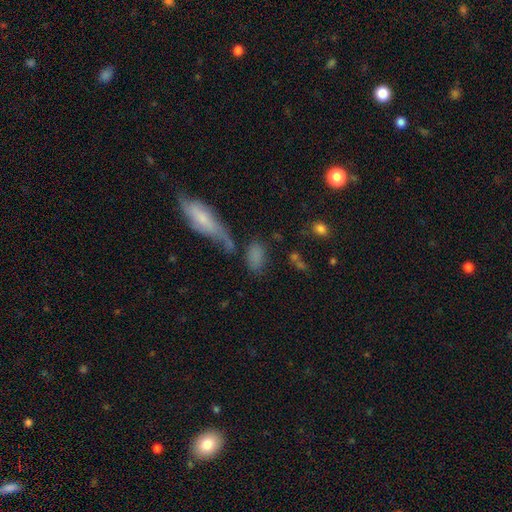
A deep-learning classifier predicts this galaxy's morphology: Smooth or featured? smooth (76%)
How rounded? in between (84%)
Merging? none (50%)